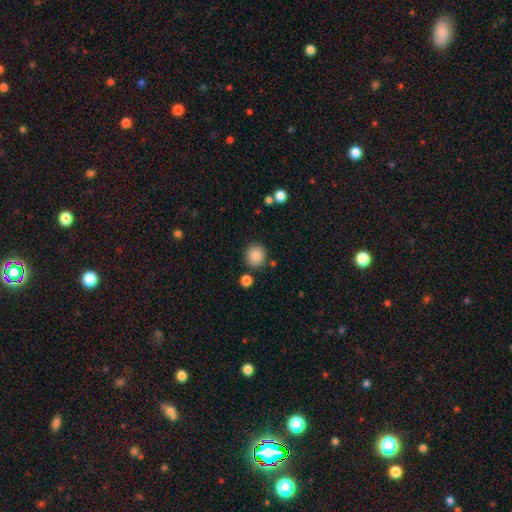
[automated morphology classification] Smooth or featured? Predicted: smooth (p=0.85). How rounded? Predicted: round (p=0.87). Merging? Predicted: none (p=0.85).